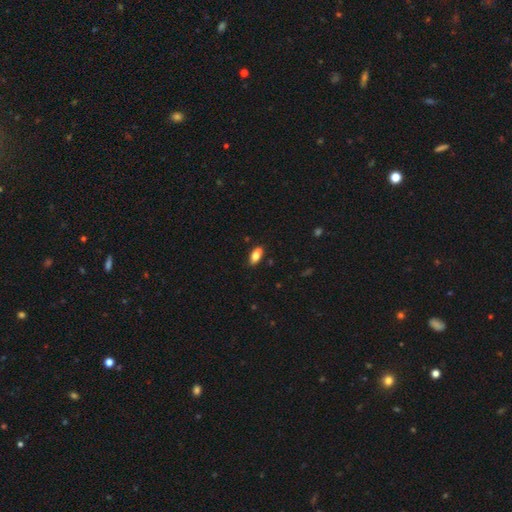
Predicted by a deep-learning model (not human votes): smooth 80%, featured or disk 14%, star or artifact 7%. Down the decision tree: how rounded — in between (88%); merging — none (86%).